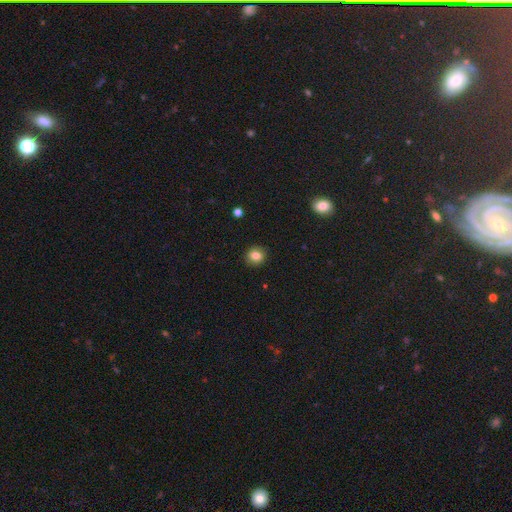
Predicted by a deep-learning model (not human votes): Morphology: type=smooth (81%); roundness=round (78%); merging=none (90%).